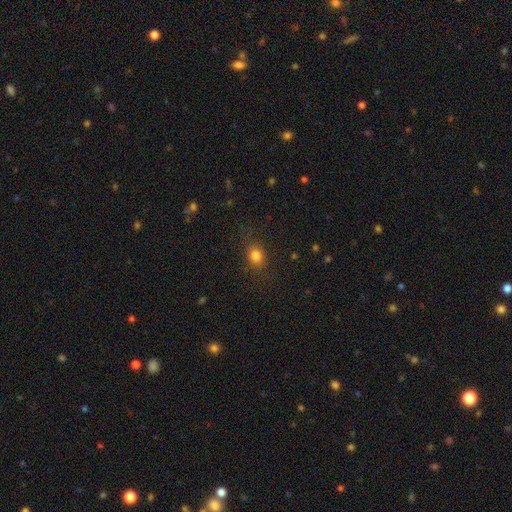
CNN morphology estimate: Smooth or featured?
  - smooth: 80% *
  - star or artifact: 13%
  - featured or disk: 7%
How rounded?
  - round: 50% *
  - in between: 48%
  - cigar-shaped: 2%
Merging?
  - none: 79% *
  - minor disturbance: 14%
  - major disturbance: 6%
  - merger: 1%